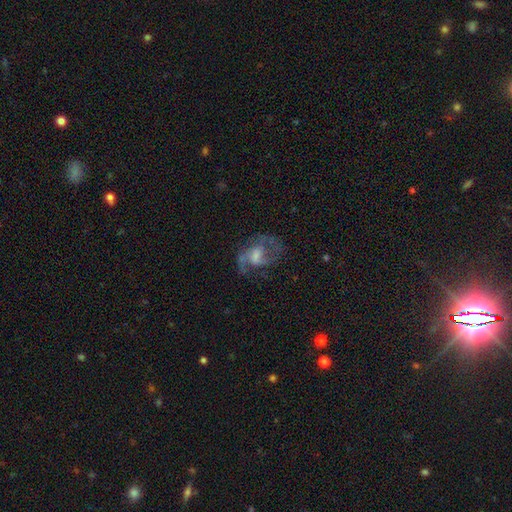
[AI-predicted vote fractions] smooth-or-featured: featured or disk: 72% | smooth: 19% | star or artifact: 8%
  disk-edge-on: no: 97% | yes: 3%
    bar: weak: 47% | no: 42% | strong: 12%
    has-spiral-arms: yes: 84% | no: 16%
      spiral-winding: medium: 47% | loose: 38% | tight: 15%
      spiral-arm-count: 2: 63% | can't tell: 14% | 1: 10% | 3: 9% | 4: 2% | more than 4: 2%
    bulge-size: moderate: 35% | small: 31% | none: 21% | large: 11% | dominant: 2%
  merging: none: 50% | major disturbance: 28% | minor disturbance: 19% | merger: 2%